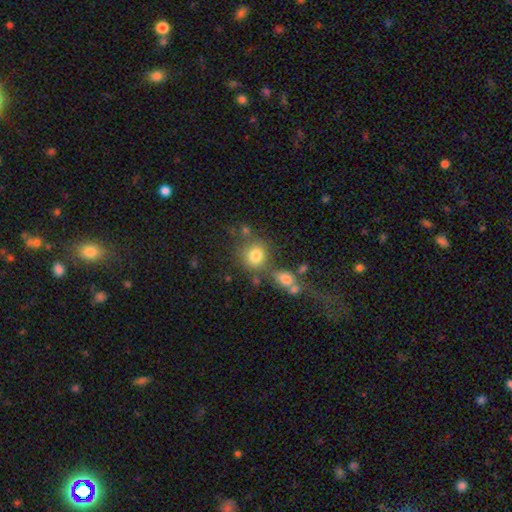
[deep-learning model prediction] Smooth or featured?
  - smooth: 78% *
  - star or artifact: 11%
  - featured or disk: 10%
How rounded?
  - round: 82% *
  - in between: 17%
  - cigar-shaped: 1%
Merging?
  - none: 57% *
  - merger: 21%
  - minor disturbance: 14%
  - major disturbance: 8%